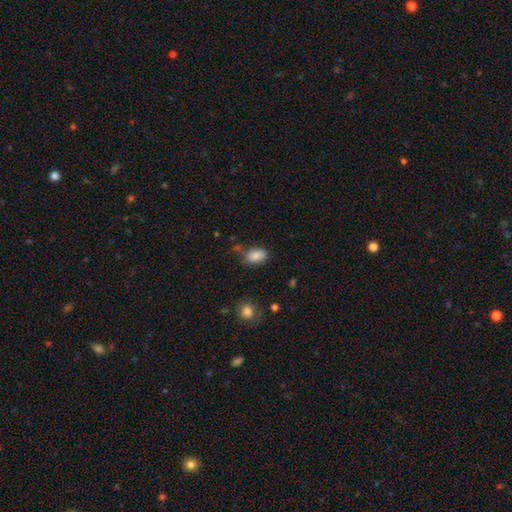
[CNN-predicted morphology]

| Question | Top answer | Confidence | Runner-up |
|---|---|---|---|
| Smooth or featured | smooth | 85% | star or artifact (9%) |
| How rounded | in between | 90% | round (9%) |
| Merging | none | 62% | minor disturbance (25%) |